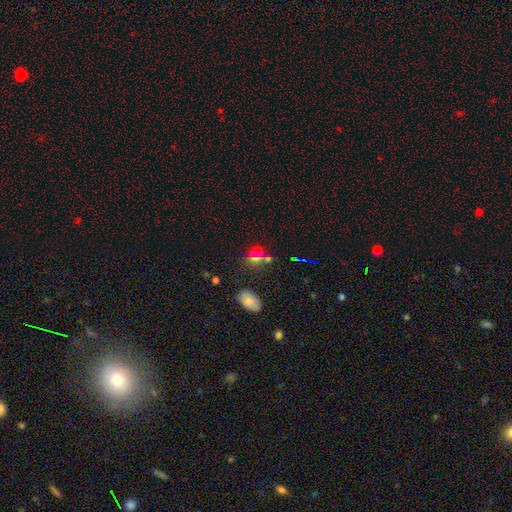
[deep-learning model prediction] smooth-or-featured: smooth: 48% | star or artifact: 39% | featured or disk: 12%
  merging: none: 68% | merger: 14% | minor disturbance: 12% | major disturbance: 7%